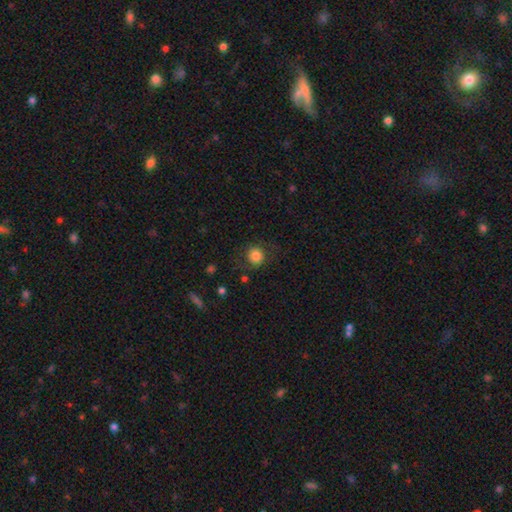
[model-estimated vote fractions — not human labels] smooth 82%, star or artifact 10%, featured or disk 7%. Down the decision tree: how rounded — round (83%); merging — none (78%).